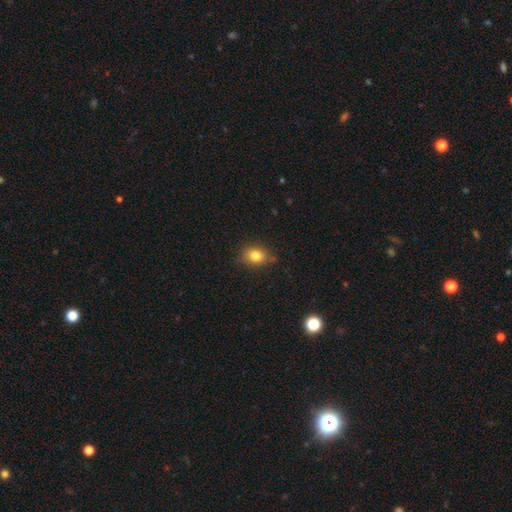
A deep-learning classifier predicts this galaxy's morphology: smooth-or-featured: smooth: 81% | star or artifact: 11% | featured or disk: 8%
  how-rounded: in between: 50% | round: 49% | cigar-shaped: 1%
  merging: none: 79% | minor disturbance: 16% | major disturbance: 3% | merger: 2%